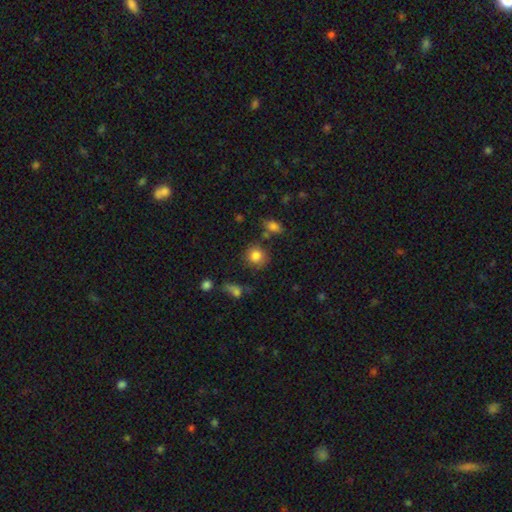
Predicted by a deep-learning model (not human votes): A smooth galaxy with no disk features (82%) that is round (85%).

Vote fractions:
- Smooth or featured? smooth: 82% / star or artifact: 10% / featured or disk: 7%
- How rounded? round: 85% / in between: 14% / cigar-shaped: 1%
- Merging? none: 78% / minor disturbance: 12% / merger: 6% / major disturbance: 4%